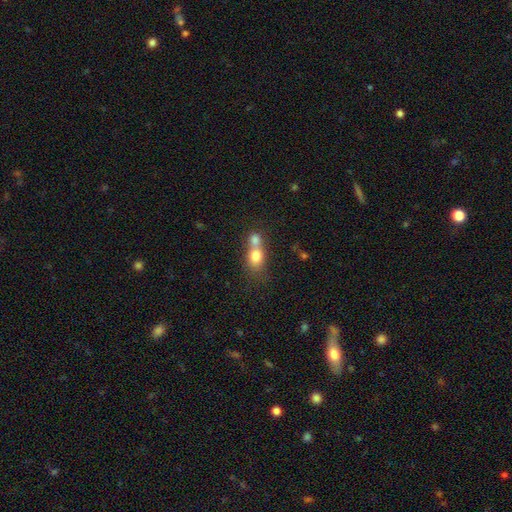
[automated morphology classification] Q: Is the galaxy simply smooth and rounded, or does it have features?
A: smooth — 74%.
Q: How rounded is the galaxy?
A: in between — 53%.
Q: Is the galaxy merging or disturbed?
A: merger — 67%.